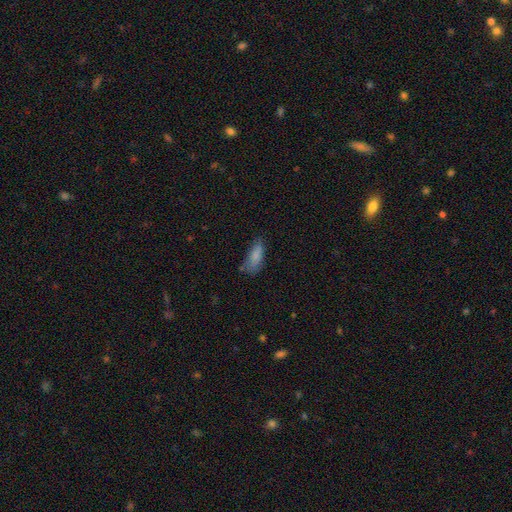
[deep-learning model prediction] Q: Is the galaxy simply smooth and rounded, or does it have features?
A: smooth — 83%.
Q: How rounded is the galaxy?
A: in between — 78%.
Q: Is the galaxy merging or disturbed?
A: none — 56%.